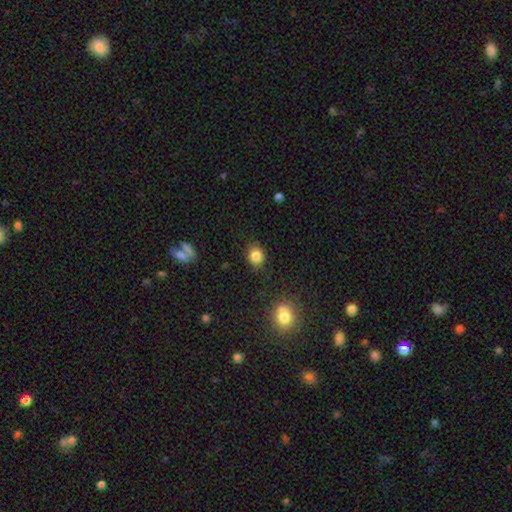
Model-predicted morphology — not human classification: Q: Smooth or featured?
A: smooth (83%); runner-up: star or artifact (11%)
Q: How rounded?
A: round (69%); runner-up: in between (30%)
Q: Merging?
A: none (83%); runner-up: minor disturbance (12%)